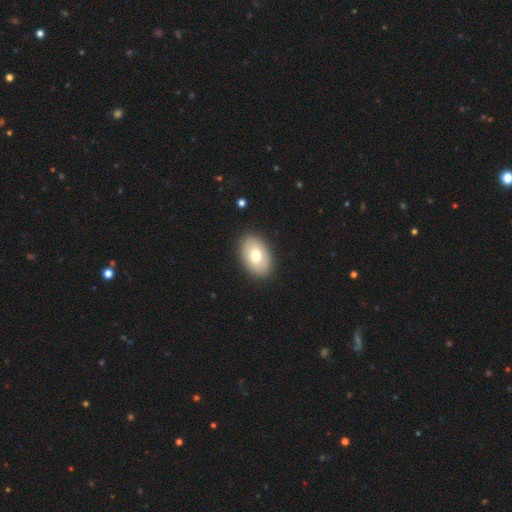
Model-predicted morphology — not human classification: type=smooth (74%); roundness=in between (89%); merging=none (90%).